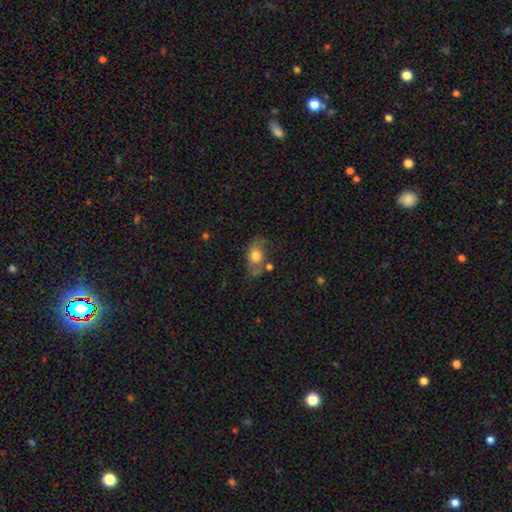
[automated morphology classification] Smooth or featured: smooth — 66% (featured or disk — 26%)
How rounded: in between — 82% (round — 13%)
Merging: none — 56% (minor disturbance — 26%)